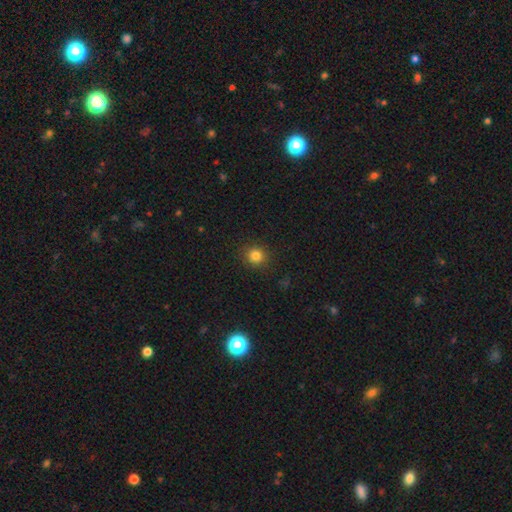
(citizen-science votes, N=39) smooth-or-featured: smooth: 90% | star or artifact: 8% | featured or disk: 3%
  how-rounded: round: 91% | in between: 6% | cigar-shaped: 3%
  merging: none: 83% | minor disturbance: 14% | major disturbance: 3% | merger: 0%